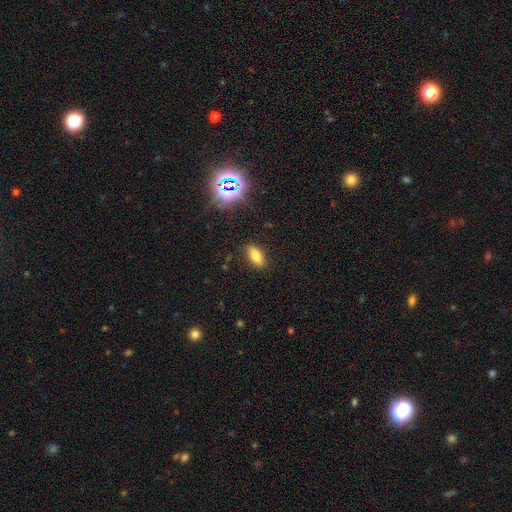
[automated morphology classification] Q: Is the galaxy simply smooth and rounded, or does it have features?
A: smooth — 74%.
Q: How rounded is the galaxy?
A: in between — 79%.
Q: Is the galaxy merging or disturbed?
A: none — 85%.